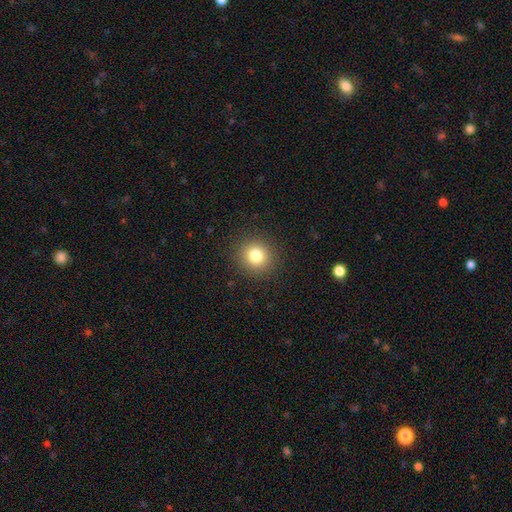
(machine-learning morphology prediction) Q: Smooth or featured?
A: smooth (80%); runner-up: star or artifact (12%)
Q: How rounded?
A: round (92%); runner-up: in between (7%)
Q: Merging?
A: none (90%); runner-up: minor disturbance (6%)